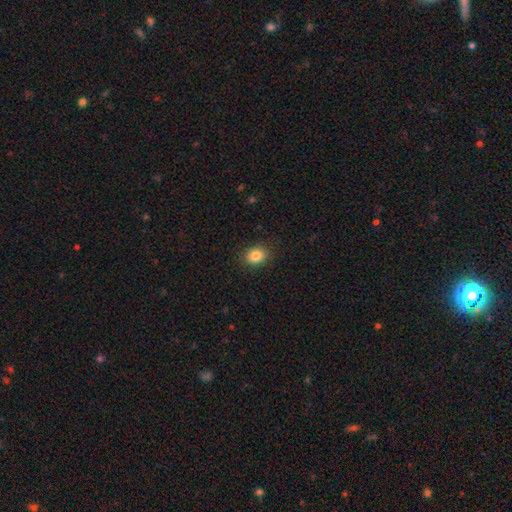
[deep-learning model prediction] This appears to be a smooth galaxy with no disk features (85%) that is in between round and cigar-shaped (52%). Merging: none (88%).